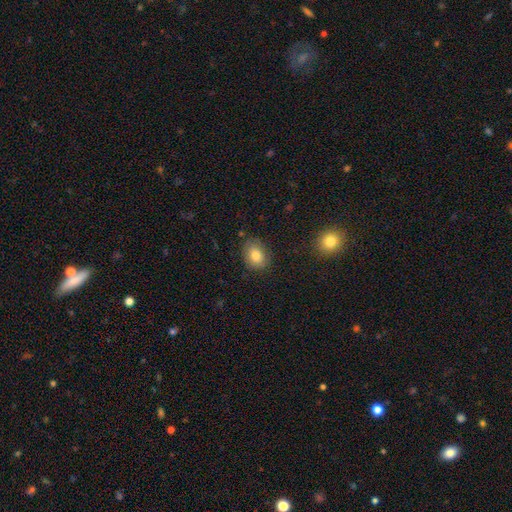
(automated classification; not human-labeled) Morphology: type=smooth (81%); roundness=in between (70%); merging=none (81%).